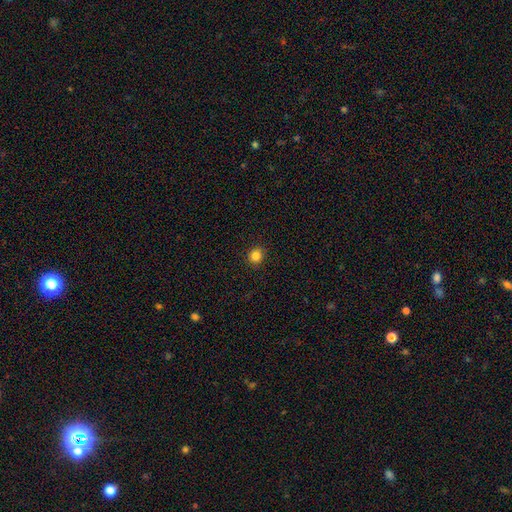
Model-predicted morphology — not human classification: type=smooth (84%); roundness=round (90%); merging=none (92%).